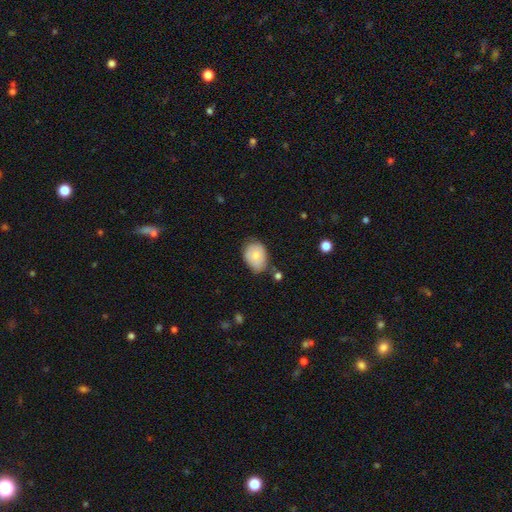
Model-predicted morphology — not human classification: The model was most divided on "merging": none: 59%, minor disturbance: 31%, major disturbance: 6%, merger: 4%. More confident: smooth or featured — smooth (73%); how rounded — in between (70%).